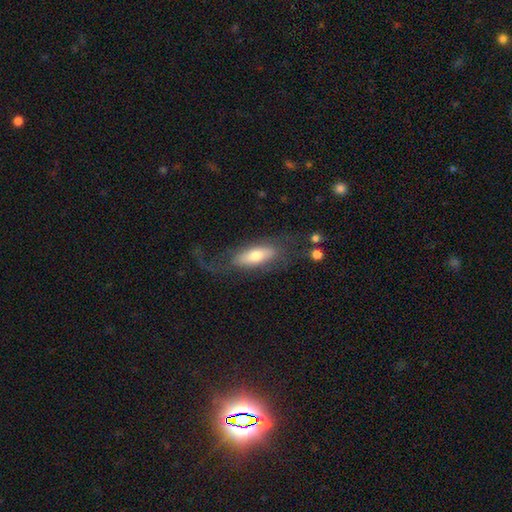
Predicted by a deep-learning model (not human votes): A smooth galaxy with no disk features (53%) that is in between round and cigar-shaped (67%).

Vote fractions:
- Smooth or featured? smooth: 53% / featured or disk: 40% / star or artifact: 7%
- How rounded? in between: 67% / cigar-shaped: 30% / round: 3%
- Merging? none: 53% / major disturbance: 26% / minor disturbance: 19% / merger: 3%